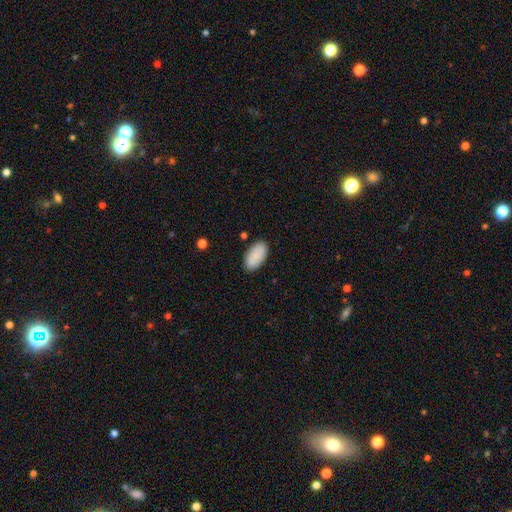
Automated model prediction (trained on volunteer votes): Smooth or featured? Predicted: smooth (p=0.90). How rounded? Predicted: in between (p=0.96). Merging? Predicted: none (p=0.87).